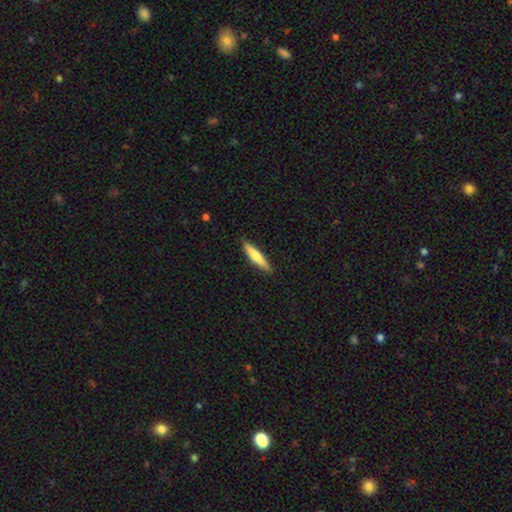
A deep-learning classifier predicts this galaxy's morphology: smooth_or_featured: smooth (p=0.70) [alt: featured or disk p=0.25]
how_rounded: cigar-shaped (p=0.87) [alt: in between p=0.11]
merging: none (p=0.89) [alt: minor disturbance p=0.08]